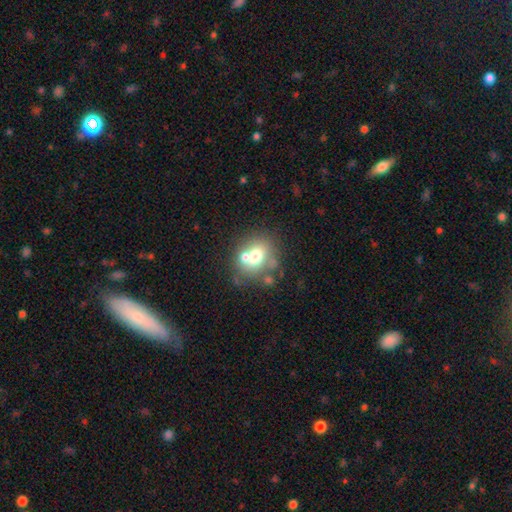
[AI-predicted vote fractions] Smooth or featured?
  - smooth: 65% *
  - featured or disk: 23%
  - star or artifact: 12%
How rounded?
  - round: 65% *
  - in between: 34%
  - cigar-shaped: 1%
Merging?
  - none: 51% *
  - merger: 30%
  - minor disturbance: 13%
  - major disturbance: 6%